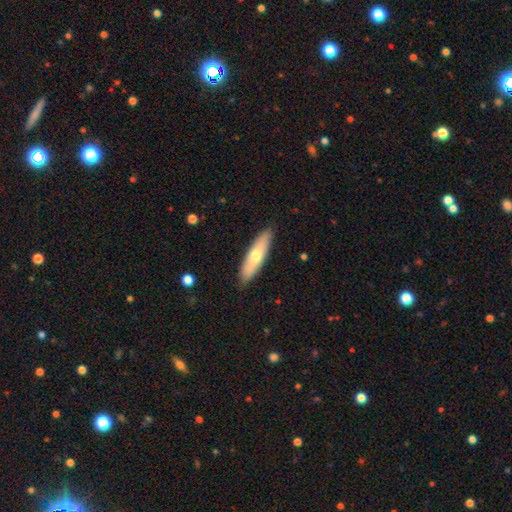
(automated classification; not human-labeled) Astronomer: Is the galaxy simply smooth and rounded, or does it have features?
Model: smooth — 61%.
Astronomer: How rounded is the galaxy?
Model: cigar-shaped — 66%.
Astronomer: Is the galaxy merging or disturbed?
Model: none — 88%.